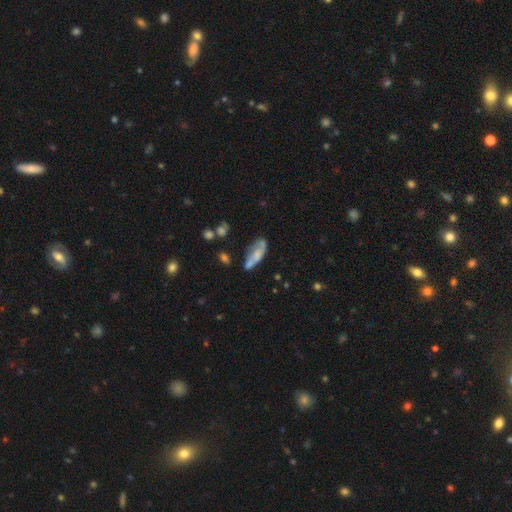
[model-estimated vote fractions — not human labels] This is possibly a smooth galaxy (56%). How rounded: likely in between (67%). Merging: marginally none (41%).